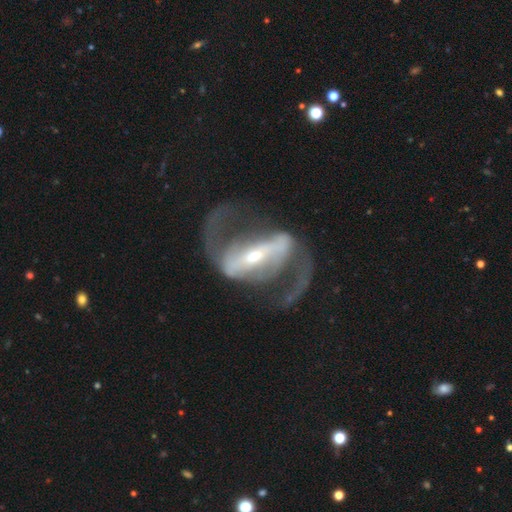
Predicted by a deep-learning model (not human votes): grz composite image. It shows a featured or disk galaxy (90%) with a strong bar (75%), 2 (92%) medium (45%) spiral arms (92%) and a small central bulge (57%). Merging: none (66%).